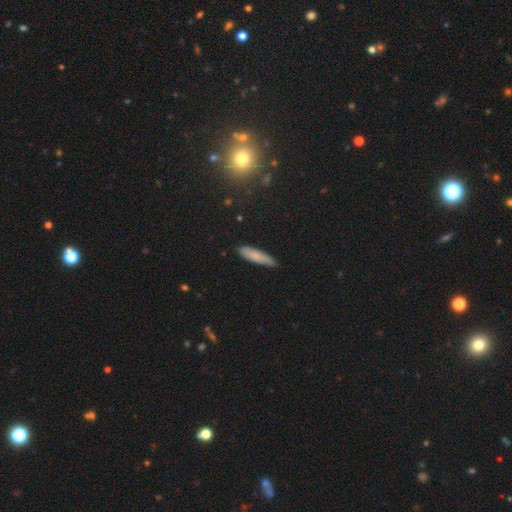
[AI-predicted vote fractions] smooth-or-featured: smooth: 76% | featured or disk: 18% | star or artifact: 6%
  how-rounded: cigar-shaped: 78% | in between: 21% | round: 2%
  merging: none: 82% | minor disturbance: 14% | major disturbance: 2% | merger: 1%